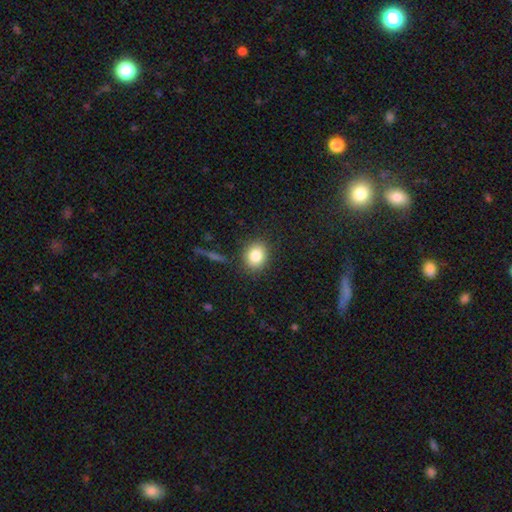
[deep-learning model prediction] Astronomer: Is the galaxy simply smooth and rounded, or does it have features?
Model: smooth — 83%.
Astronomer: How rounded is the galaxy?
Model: round — 66%.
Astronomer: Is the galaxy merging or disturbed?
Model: none — 87%.